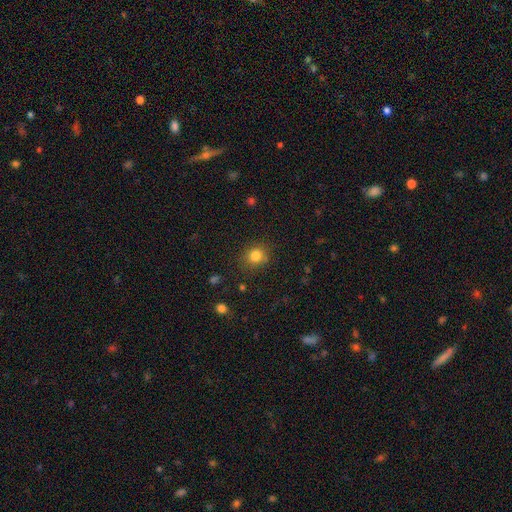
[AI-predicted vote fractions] smooth-or-featured: smooth: 82% | star or artifact: 12% | featured or disk: 6%
  how-rounded: round: 81% | in between: 19% | cigar-shaped: 1%
  merging: none: 82% | minor disturbance: 11% | major disturbance: 4% | merger: 3%